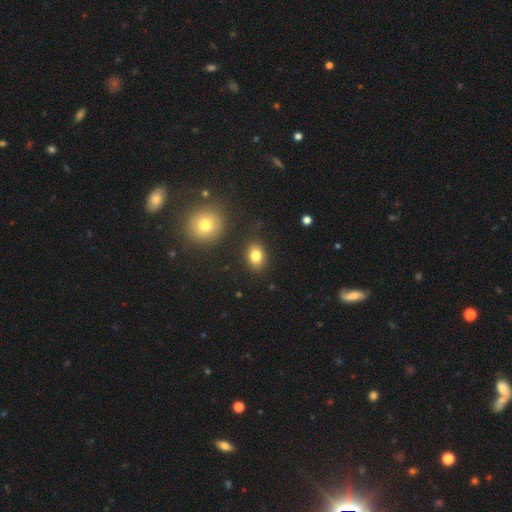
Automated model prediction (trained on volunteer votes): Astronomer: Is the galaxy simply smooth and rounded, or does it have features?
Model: smooth — 82%.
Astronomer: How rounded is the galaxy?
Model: in between — 70%.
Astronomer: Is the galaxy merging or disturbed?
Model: none — 86%.